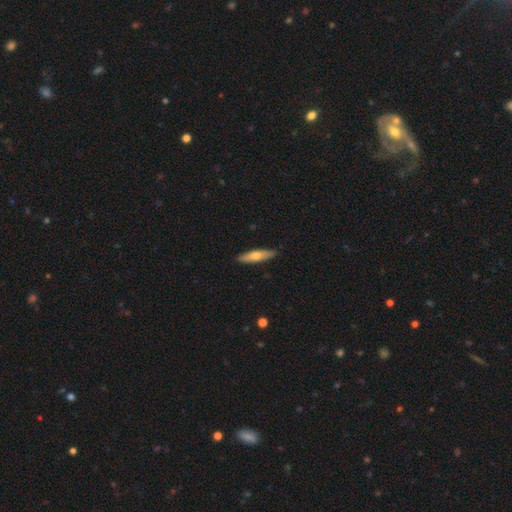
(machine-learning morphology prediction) This is likely a smooth galaxy (63%). How rounded: likely cigar-shaped (75%). Merging: clearly none (89%).